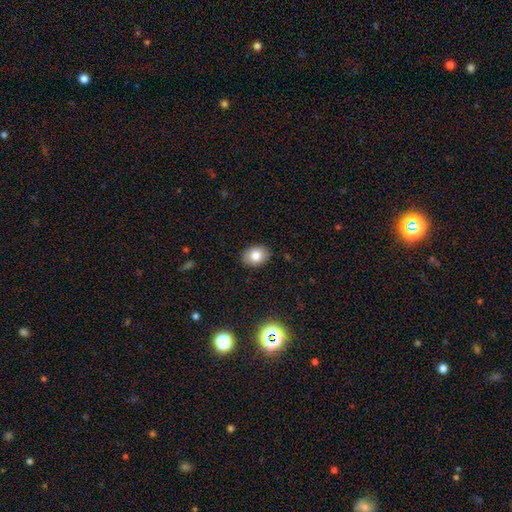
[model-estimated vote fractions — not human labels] smooth-or-featured: smooth: 81% | featured or disk: 10% | star or artifact: 9%
  how-rounded: in between: 68% | round: 31% | cigar-shaped: 1%
  merging: none: 89% | minor disturbance: 8% | major disturbance: 2% | merger: 1%